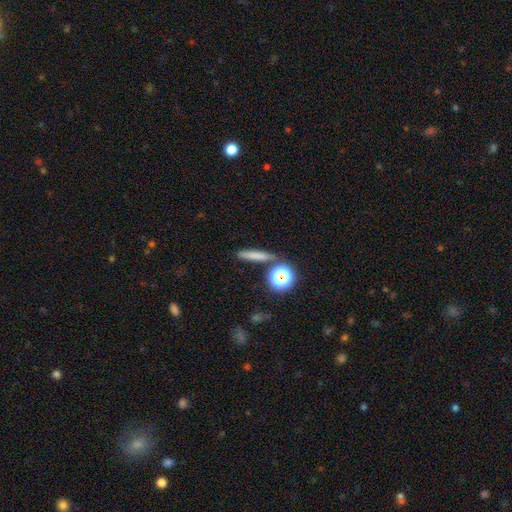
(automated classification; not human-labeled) Smooth or featured: smooth — 72% (star or artifact — 16%)
How rounded: cigar-shaped — 74% (round — 15%)
Merging: none — 81% (minor disturbance — 9%)